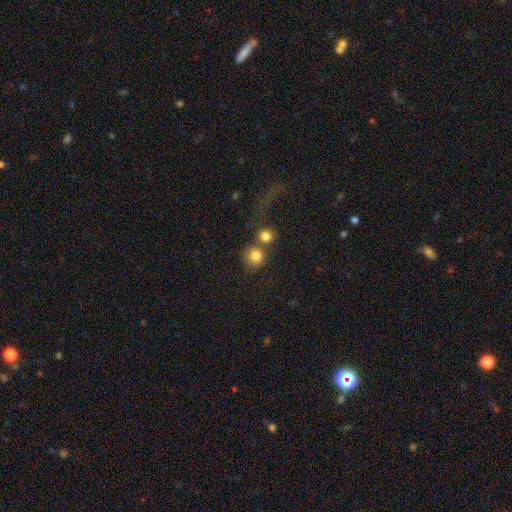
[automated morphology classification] smooth_or_featured: smooth (p=0.81) [alt: star or artifact p=0.11]
how_rounded: round (p=0.90) [alt: in between p=0.09]
merging: none (p=0.53) [alt: merger p=0.34]